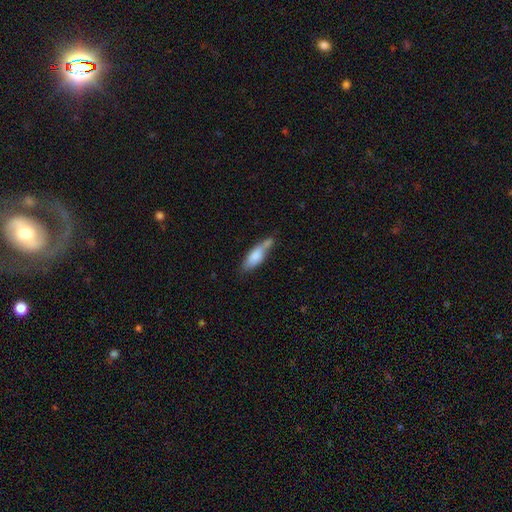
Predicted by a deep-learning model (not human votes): Smooth or featured: smooth — 75% (featured or disk — 19%)
How rounded: in between — 52% (cigar-shaped — 46%)
Merging: none — 46% (minor disturbance — 28%)